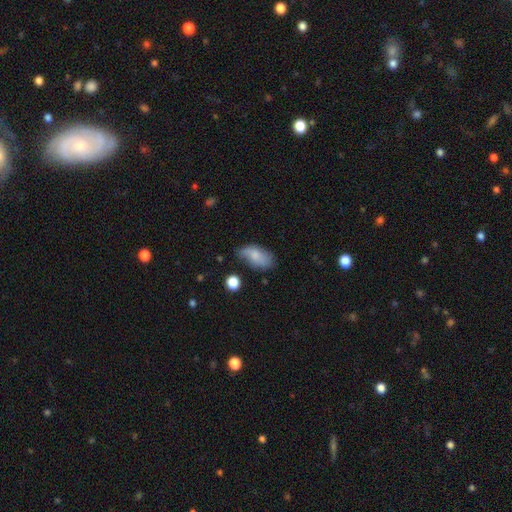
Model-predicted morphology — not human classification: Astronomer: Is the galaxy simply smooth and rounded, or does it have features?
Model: smooth — 73%.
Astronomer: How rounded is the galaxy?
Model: in between — 92%.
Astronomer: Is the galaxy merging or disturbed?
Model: none — 54% (runner-up: minor disturbance, 32%).